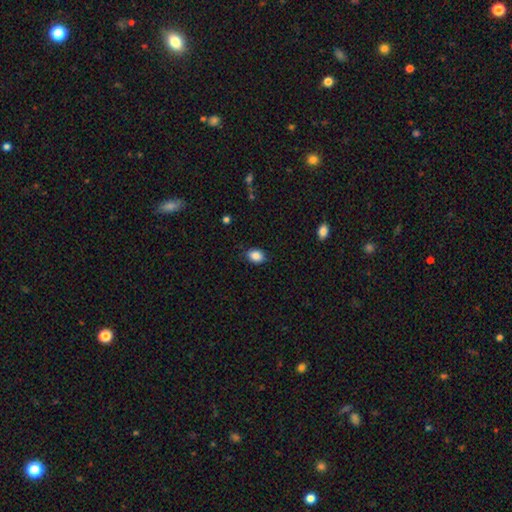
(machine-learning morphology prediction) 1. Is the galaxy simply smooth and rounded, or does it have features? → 87% smooth, 8% star or artifact, 4% featured or disk.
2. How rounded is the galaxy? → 72% in between, 27% round, 1% cigar-shaped.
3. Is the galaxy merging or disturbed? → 82% none, 14% minor disturbance, 3% major disturbance, 1% merger.